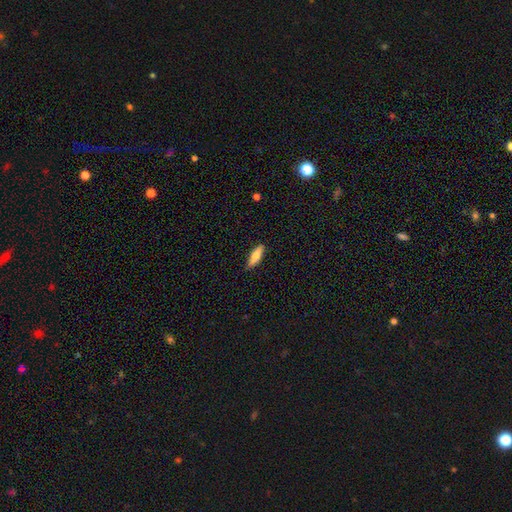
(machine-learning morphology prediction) This is likely a smooth galaxy (69%). How rounded: possibly cigar-shaped (58%). Merging: clearly none (85%).